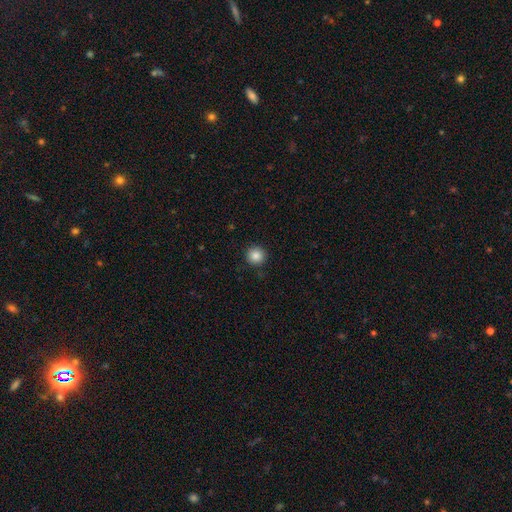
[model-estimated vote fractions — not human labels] Smooth or featured: smooth — 87% (star or artifact — 10%)
How rounded: round — 95% (in between — 4%)
Merging: none — 91% (minor disturbance — 6%)